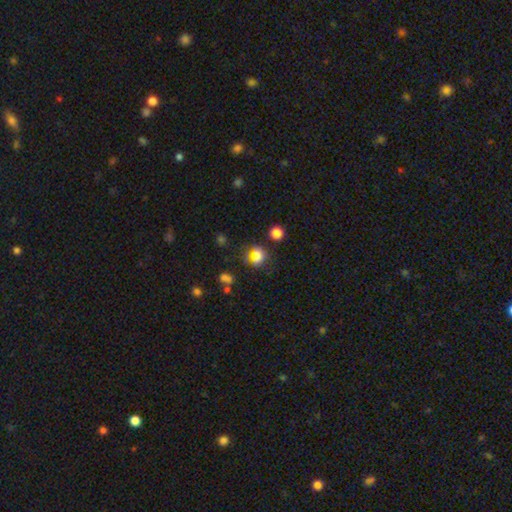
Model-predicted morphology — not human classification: Overall: smooth (69%). How rounded: round (64%; in between 34%). Merging: none (68%).